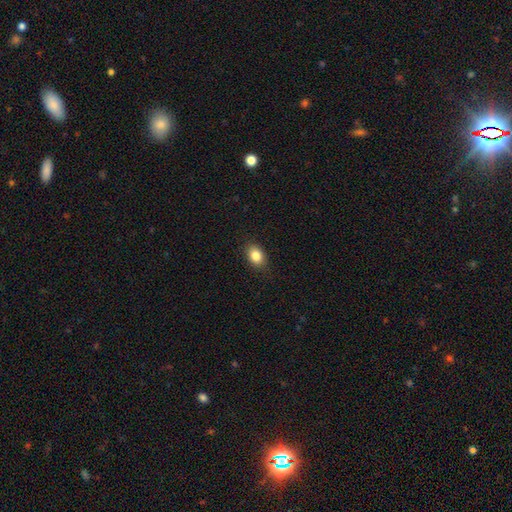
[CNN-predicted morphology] This appears to be a smooth galaxy with no disk features (84%) that is in between round and cigar-shaped (71%). Merging: none (86%).